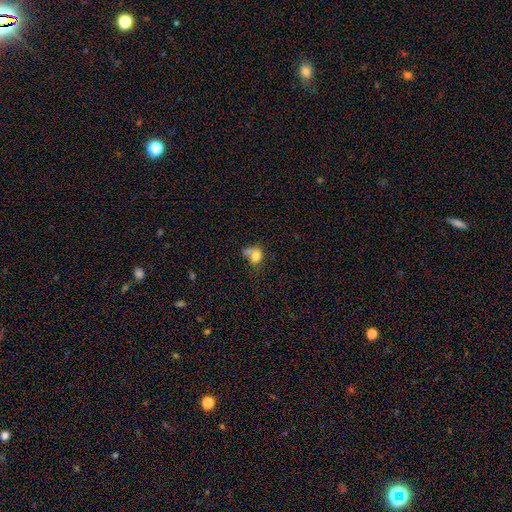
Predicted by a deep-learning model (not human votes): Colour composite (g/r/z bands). It shows a smooth galaxy with no disk features (76%) that is in between round and cigar-shaped (58%). Merging: merger (35%).